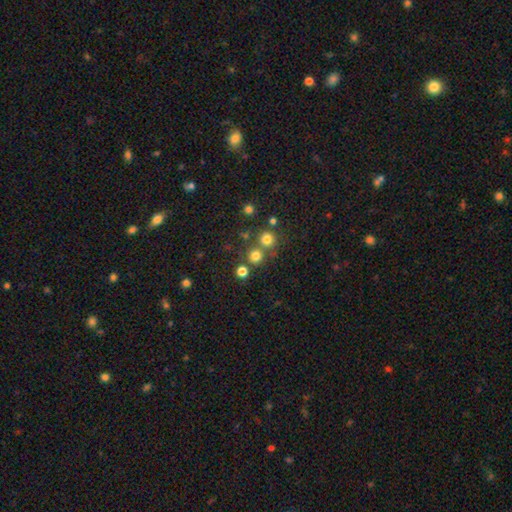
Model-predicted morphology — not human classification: smooth 74%, star or artifact 19%, featured or disk 7%. Down the decision tree: how rounded — round (93%); merging — none (68%).